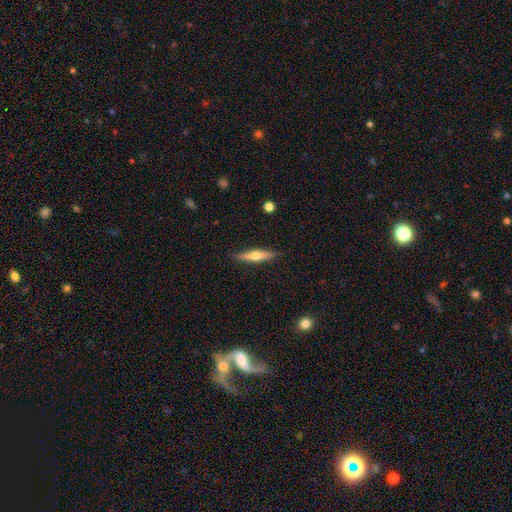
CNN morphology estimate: Overall: featured or disk (48%; smooth 46%). Merging: none (89%).